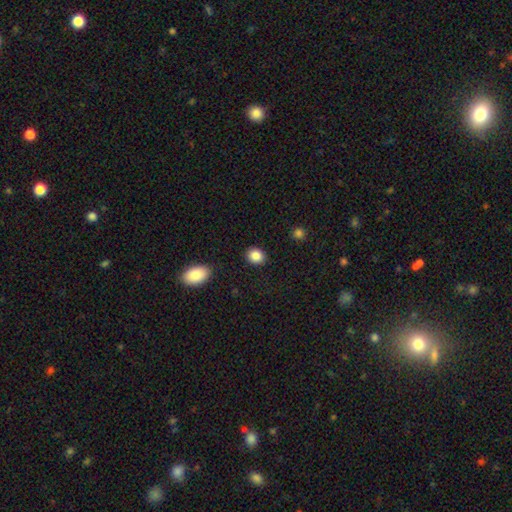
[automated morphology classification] Smooth or featured?
  - smooth: 87% *
  - star or artifact: 9%
  - featured or disk: 4%
How rounded?
  - round: 58% *
  - in between: 41%
  - cigar-shaped: 1%
Merging?
  - none: 89% *
  - minor disturbance: 7%
  - major disturbance: 2%
  - merger: 2%